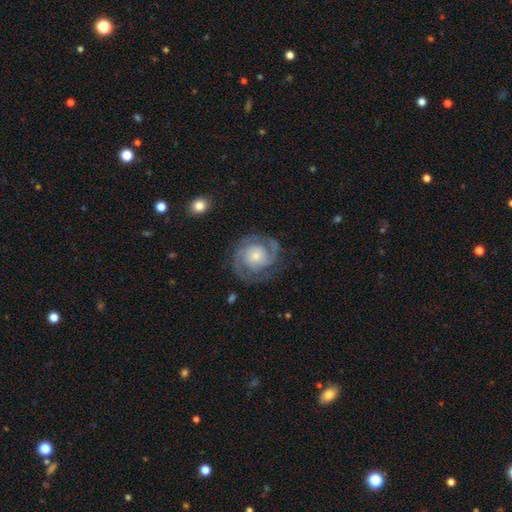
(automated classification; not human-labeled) Morphology: type=featured or disk (84%); edge-on=no (98%); bar=no (68%); spiral arms=yes (96%); winding=tight (55%); arm count=2 (58%); bulge=small (43%); merging=none (75%).